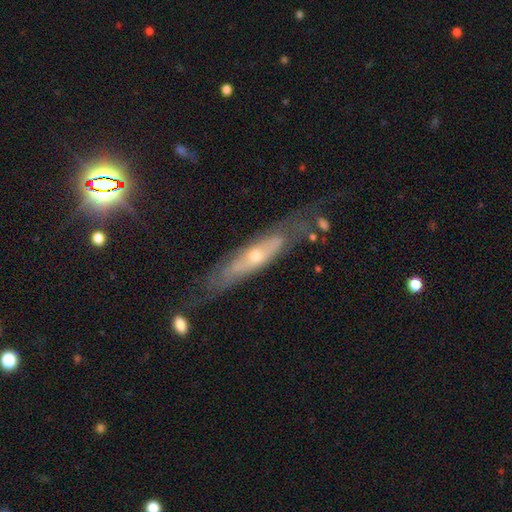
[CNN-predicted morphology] Smooth or featured: featured or disk — 66% (smooth — 28%)
Edge-on disk: yes — 51% (no — 49%)
Merging: none — 65% (minor disturbance — 21%)